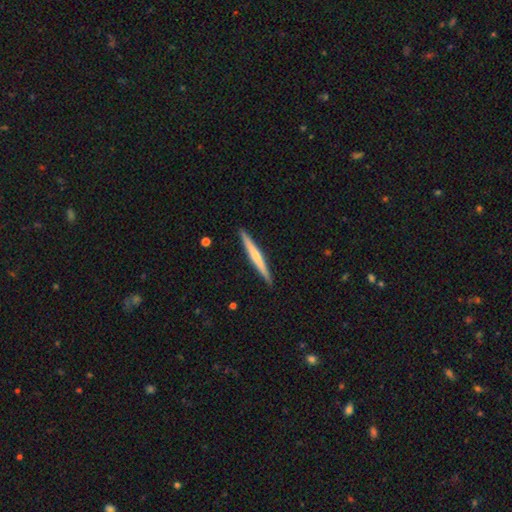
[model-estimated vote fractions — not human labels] This appears to be a featured or disk galaxy (54%) viewed edge-on (98%) with a rounded central bulge (48%). Merging: none (92%).